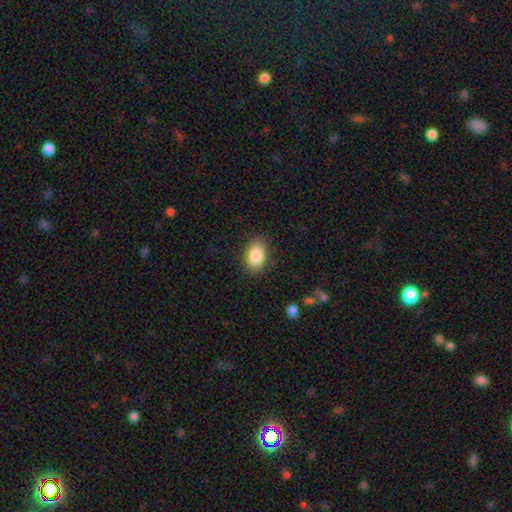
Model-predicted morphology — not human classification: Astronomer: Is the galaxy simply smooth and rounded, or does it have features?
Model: smooth — 86%.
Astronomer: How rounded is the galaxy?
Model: in between — 88%.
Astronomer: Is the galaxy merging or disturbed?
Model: none — 86%.